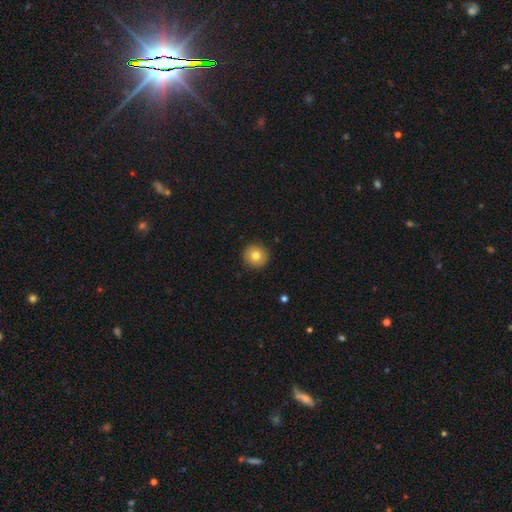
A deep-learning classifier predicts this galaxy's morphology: A smooth galaxy with no disk features (79%) that is round (95%).

Vote fractions:
- Smooth or featured? smooth: 79% / featured or disk: 11% / star or artifact: 10%
- How rounded? round: 95% / in between: 4% / cigar-shaped: 1%
- Merging? none: 92% / minor disturbance: 5% / major disturbance: 2% / merger: 1%